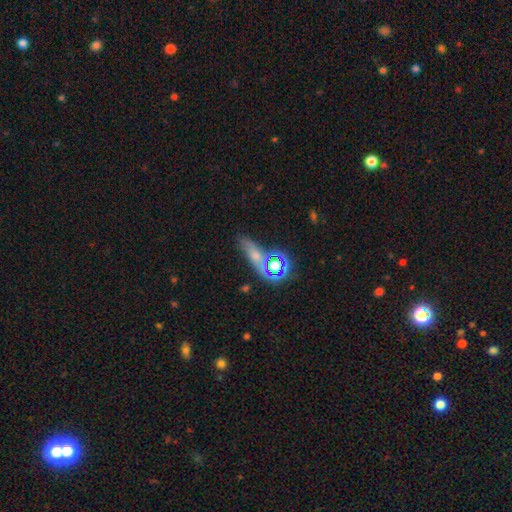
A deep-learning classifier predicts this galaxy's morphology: smooth-or-featured: star or artifact: 44% | smooth: 35% | featured or disk: 21%